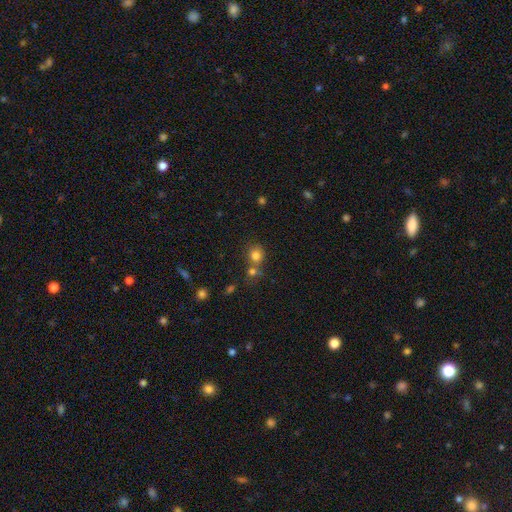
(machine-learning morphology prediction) This appears to be a smooth galaxy with no disk features (79%) that is round (84%). Merging: none (57%).